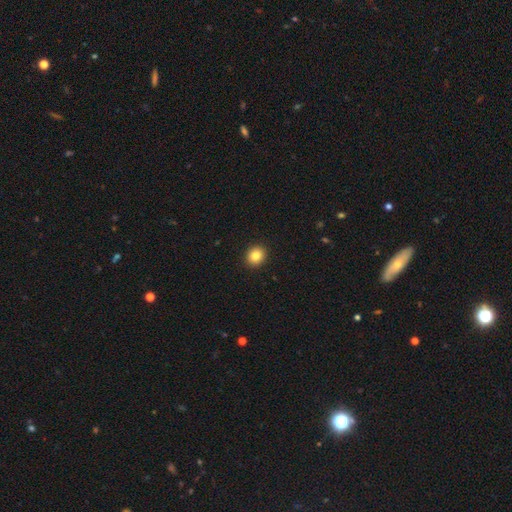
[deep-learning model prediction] A smooth galaxy with no disk features (83%) that is round (78%).

Vote fractions:
- Smooth or featured? smooth: 83% / star or artifact: 10% / featured or disk: 7%
- How rounded? round: 78% / in between: 21% / cigar-shaped: 1%
- Merging? none: 92% / minor disturbance: 5% / major disturbance: 2% / merger: 1%